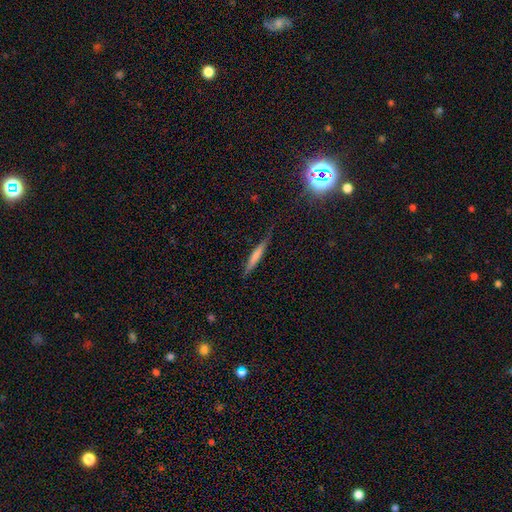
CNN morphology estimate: This appears to be a smooth galaxy with no disk features (63%) that is cigar-shaped (93%). Merging: none (78%).